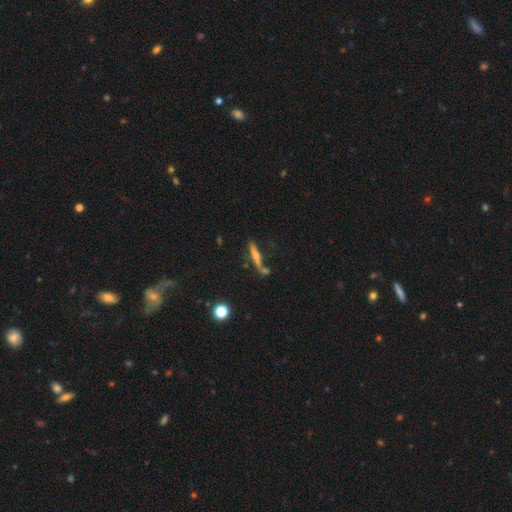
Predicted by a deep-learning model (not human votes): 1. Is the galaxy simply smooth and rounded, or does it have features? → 60% featured or disk, 30% smooth, 9% star or artifact.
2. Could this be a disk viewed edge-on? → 93% yes, 7% no.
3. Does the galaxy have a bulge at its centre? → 86% rounded, 9% none, 5% boxy.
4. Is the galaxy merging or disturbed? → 63% none, 18% merger, 14% minor disturbance, 5% major disturbance.